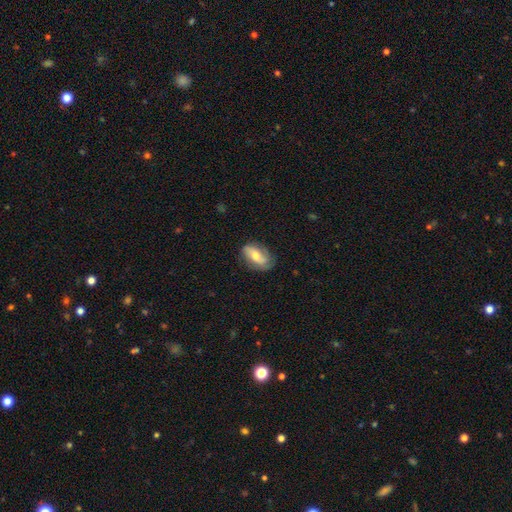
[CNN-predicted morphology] Q: Smooth or featured?
A: smooth (47%); runner-up: featured or disk (46%)
Q: Merging?
A: none (74%); runner-up: minor disturbance (20%)